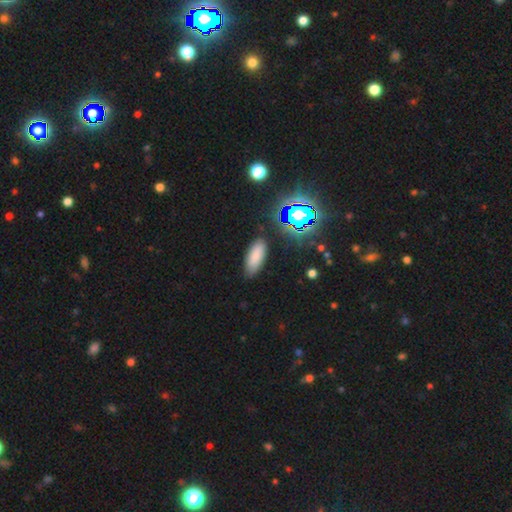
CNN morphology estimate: This appears to be a smooth galaxy with no disk features (79%) that is in between round and cigar-shaped (81%). Merging: none (84%).